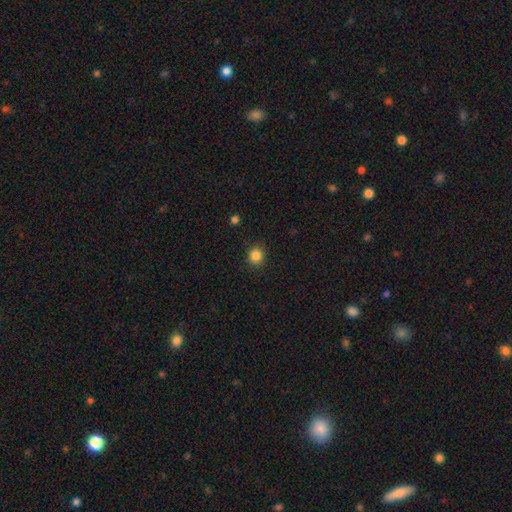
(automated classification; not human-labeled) smooth_or_featured: smooth (p=0.85) [alt: star or artifact p=0.11]
how_rounded: round (p=0.77) [alt: in between p=0.22]
merging: none (p=0.87) [alt: minor disturbance p=0.09]